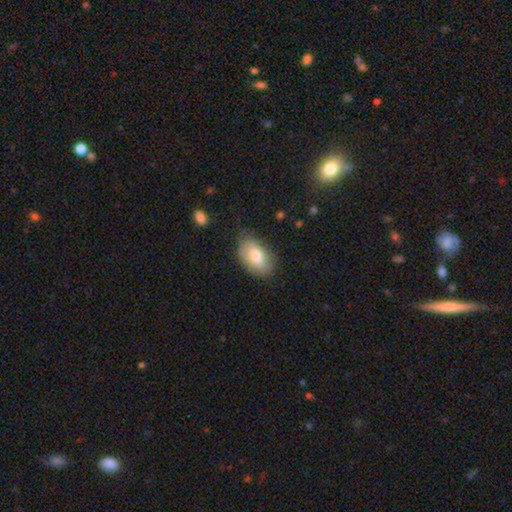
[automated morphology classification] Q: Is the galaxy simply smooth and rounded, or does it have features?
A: smooth — 76%.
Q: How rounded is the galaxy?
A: in between — 92%.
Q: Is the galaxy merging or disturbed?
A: none — 76%.